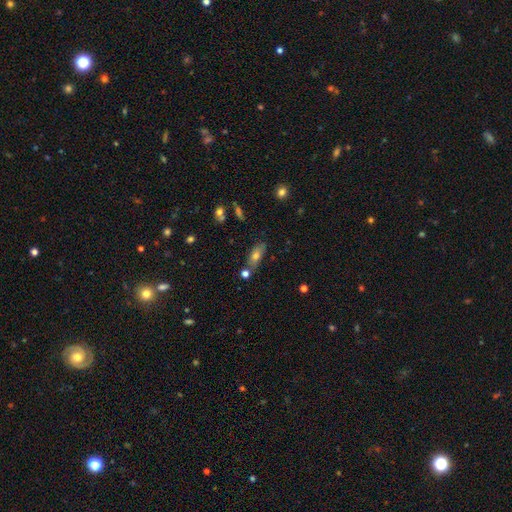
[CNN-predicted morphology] This appears to be a smooth galaxy with no disk features (67%) that is in between round and cigar-shaped (75%). Merging: none (68%).